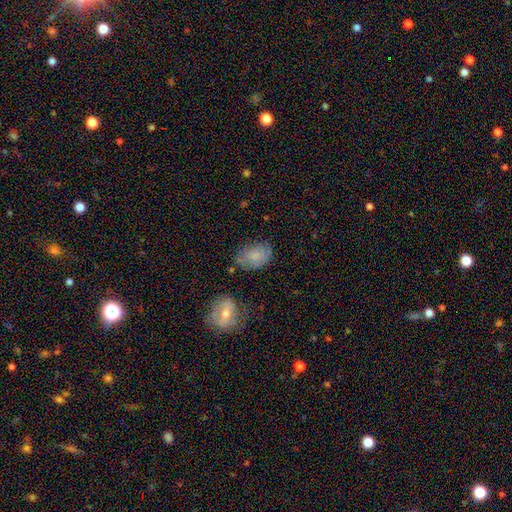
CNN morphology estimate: This appears to be a smooth galaxy with no disk features (74%) that is in between round and cigar-shaped (83%). Merging: none (66%).